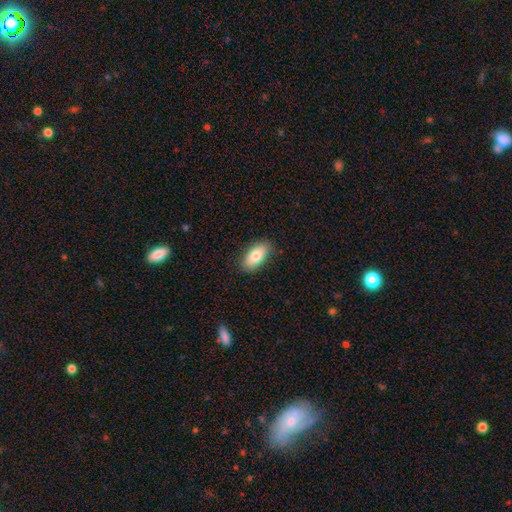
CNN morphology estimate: Smooth or featured: smooth — 79% (featured or disk — 14%)
How rounded: in between — 91% (cigar-shaped — 5%)
Merging: none — 86% (minor disturbance — 11%)